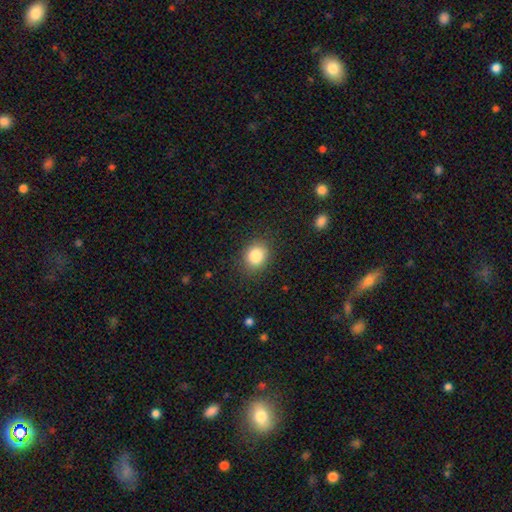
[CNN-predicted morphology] Smooth or featured?
  - smooth: 84% *
  - star or artifact: 10%
  - featured or disk: 6%
How rounded?
  - round: 67% *
  - in between: 32%
  - cigar-shaped: 1%
Merging?
  - none: 86% *
  - minor disturbance: 9%
  - major disturbance: 3%
  - merger: 1%